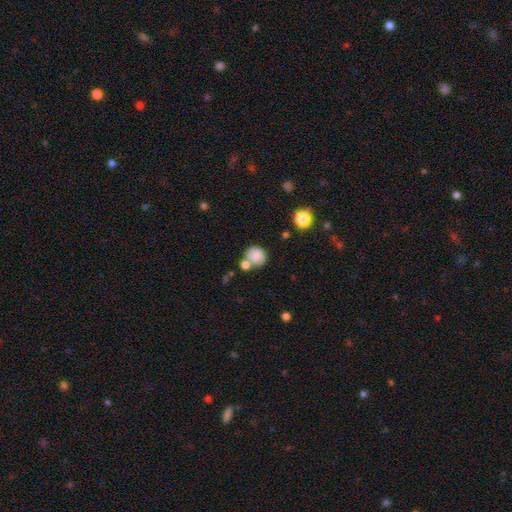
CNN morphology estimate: smooth-or-featured: smooth: 83% | star or artifact: 9% | featured or disk: 9%
  how-rounded: round: 85% | in between: 14% | cigar-shaped: 1%
  merging: none: 58% | merger: 25% | minor disturbance: 13% | major disturbance: 4%